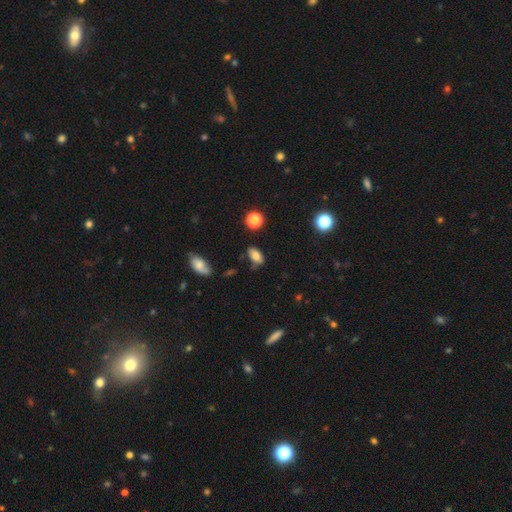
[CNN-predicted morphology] Smooth or featured? Predicted: smooth (p=0.76). How rounded? Predicted: in between (p=0.89). Merging? Predicted: none (p=0.74).